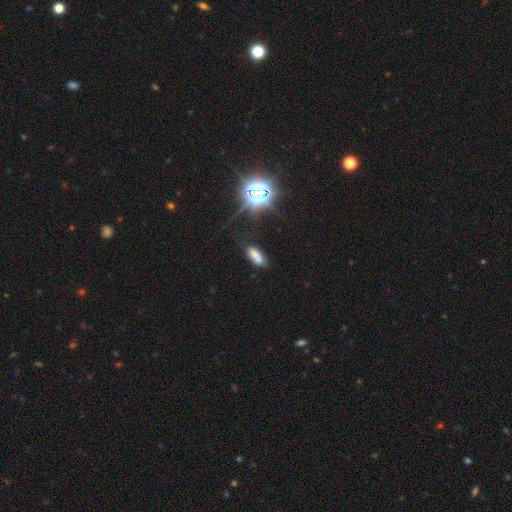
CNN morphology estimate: Smooth or featured?
  - smooth: 65% *
  - star or artifact: 21%
  - featured or disk: 14%
How rounded?
  - in between: 75% *
  - cigar-shaped: 20%
  - round: 5%
Merging?
  - none: 54% *
  - minor disturbance: 20%
  - merger: 17%
  - major disturbance: 9%